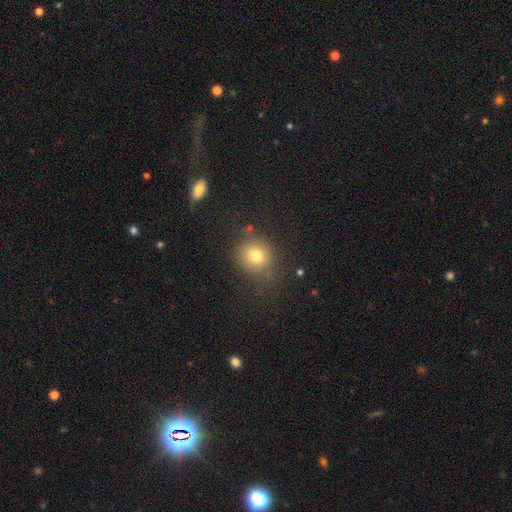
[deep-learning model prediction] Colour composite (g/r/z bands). It shows a smooth galaxy with no disk features (76%) that is round (83%). Merging: none (74%).